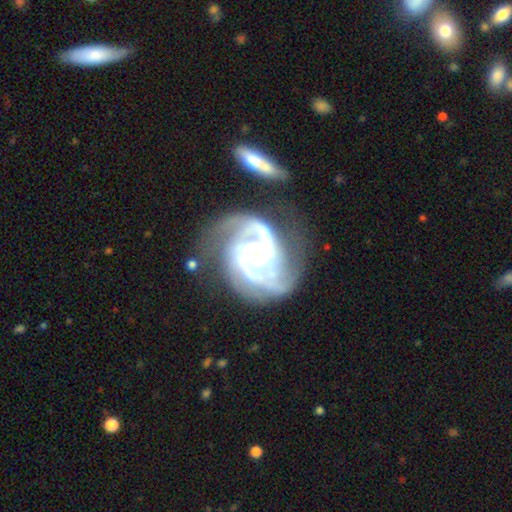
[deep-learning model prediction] This appears to be a featured or disk galaxy (90%) with no bar (64%), 2 (35%) tight (56%) spiral arms (97%) and a small central bulge (56%). Merging: none (48%).